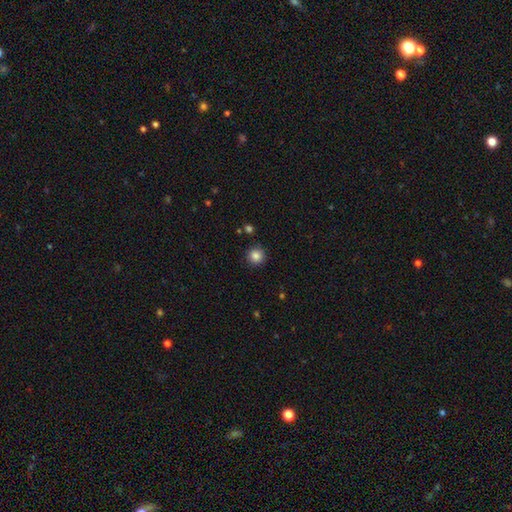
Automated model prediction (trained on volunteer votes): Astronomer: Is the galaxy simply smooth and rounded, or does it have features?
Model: smooth — 85%.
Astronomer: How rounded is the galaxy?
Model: round — 94%.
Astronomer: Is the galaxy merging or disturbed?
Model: none — 90%.